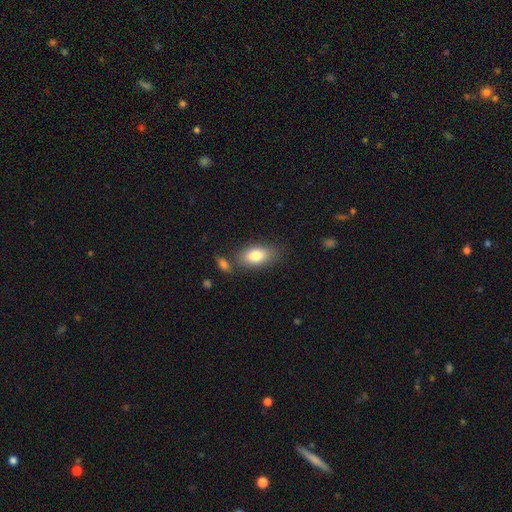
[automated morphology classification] Overall: smooth (81%). How rounded: in between (90%). Merging: none (72%).